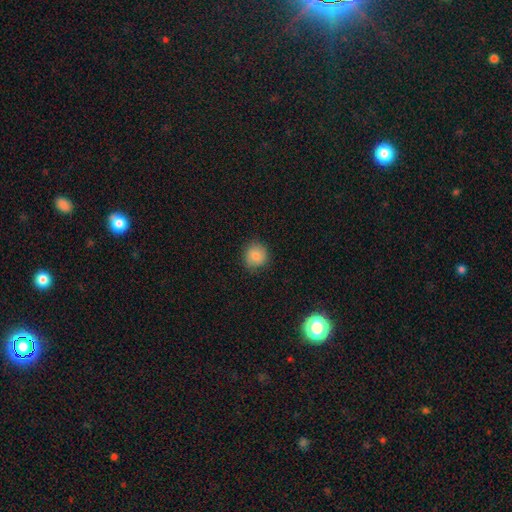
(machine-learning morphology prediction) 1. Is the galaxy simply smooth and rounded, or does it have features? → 84% smooth, 9% star or artifact, 7% featured or disk.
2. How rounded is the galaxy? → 90% round, 9% in between, 1% cigar-shaped.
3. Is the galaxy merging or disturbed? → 86% none, 10% minor disturbance, 3% major disturbance, 1% merger.